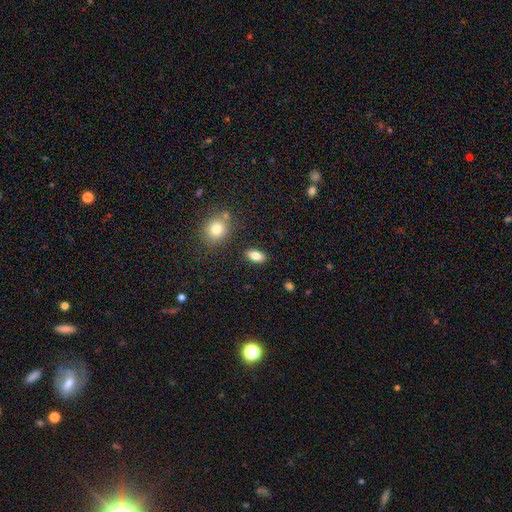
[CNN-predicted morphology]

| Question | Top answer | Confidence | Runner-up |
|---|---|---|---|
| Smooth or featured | smooth | 80% | featured or disk (12%) |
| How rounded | in between | 87% | cigar-shaped (7%) |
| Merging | none | 86% | minor disturbance (9%) |